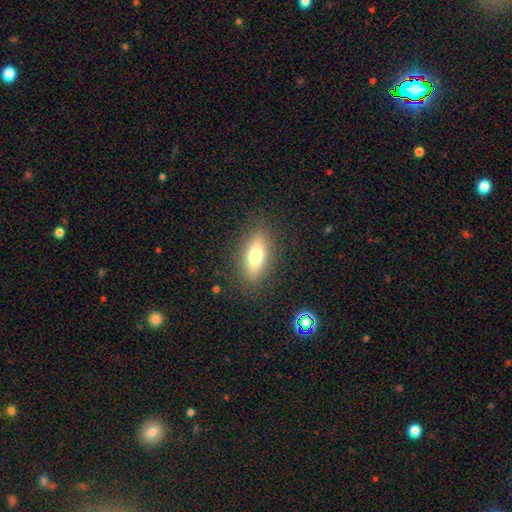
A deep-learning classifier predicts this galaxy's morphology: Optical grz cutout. It shows a smooth galaxy with no disk features (66%) that is in between round and cigar-shaped (71%). Merging: none (85%).